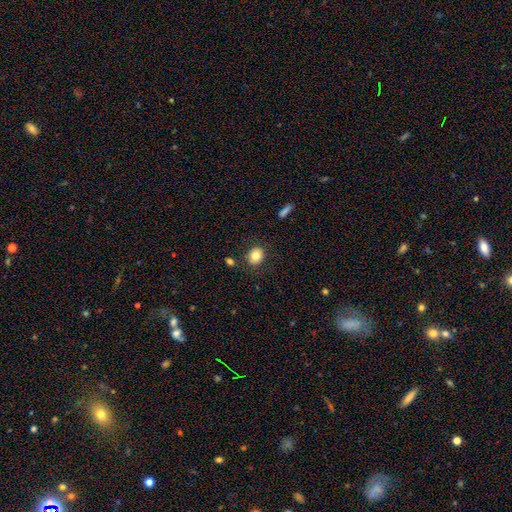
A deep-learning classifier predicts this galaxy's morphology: This appears to be a smooth galaxy with no disk features (81%) that is round (61%). Merging: none (84%).